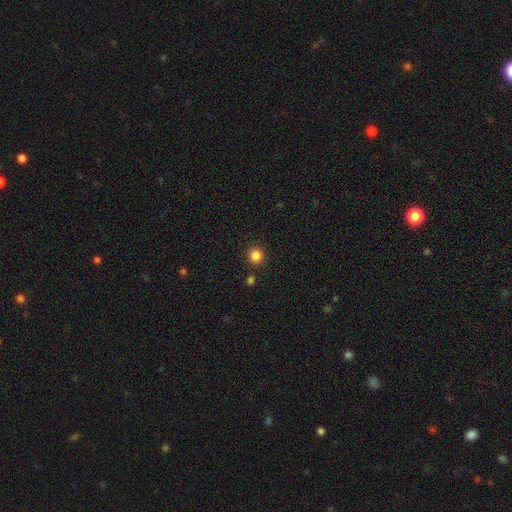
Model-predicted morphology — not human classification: A smooth galaxy with no disk features (85%) that is round (93%). Merging: none (88%).